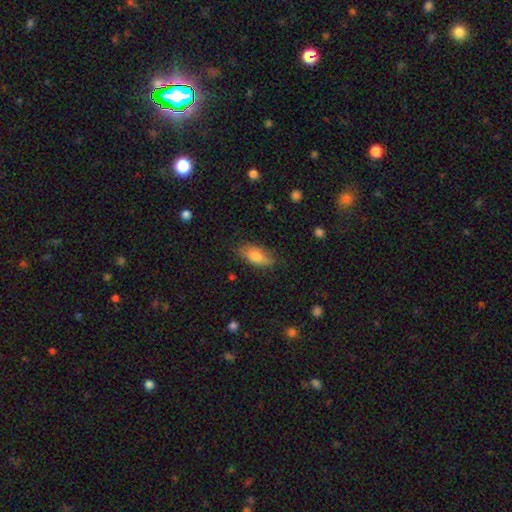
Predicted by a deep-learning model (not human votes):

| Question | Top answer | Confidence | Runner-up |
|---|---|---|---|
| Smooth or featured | smooth | 74% | featured or disk (19%) |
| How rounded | in between | 80% | cigar-shaped (17%) |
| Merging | none | 80% | minor disturbance (16%) |